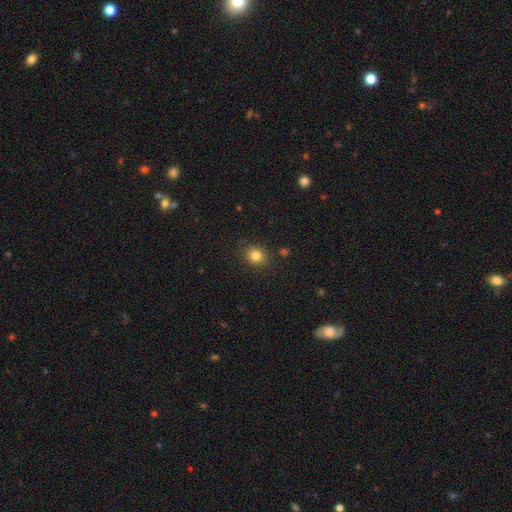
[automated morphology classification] Smooth or featured: smooth — 82% (star or artifact — 11%)
How rounded: round — 65% (in between — 35%)
Merging: none — 86% (minor disturbance — 9%)